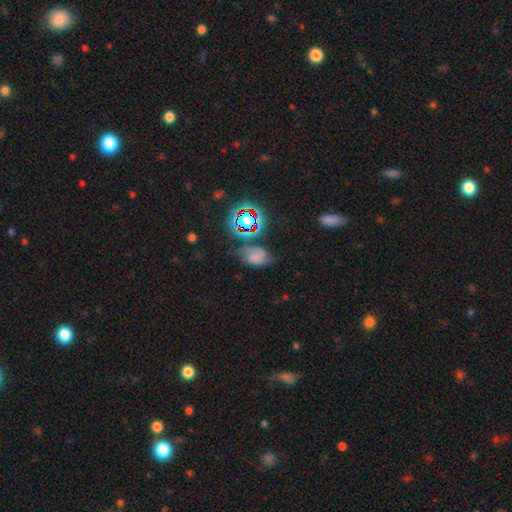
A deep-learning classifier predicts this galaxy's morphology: This appears to be a smooth galaxy with no disk features (50%) that is in between round and cigar-shaped (77%). Merging: none (46%).